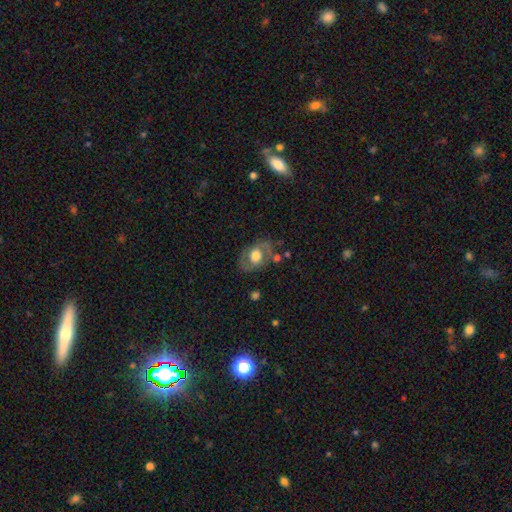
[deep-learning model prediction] smooth-or-featured: featured or disk: 59% | smooth: 34% | star or artifact: 7%
  disk-edge-on: no: 93% | yes: 7%
    bar: no: 72% | weak: 22% | strong: 6%
    has-spiral-arms: yes: 55% | no: 45%
    bulge-size: large: 48% | moderate: 42% | dominant: 4% | small: 4% | none: 1%
  merging: none: 68% | minor disturbance: 20% | major disturbance: 9% | merger: 4%